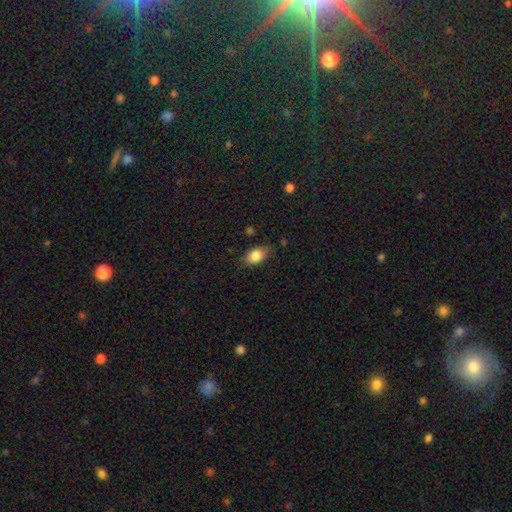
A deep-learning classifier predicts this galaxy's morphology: smooth_or_featured: smooth (p=0.81) [alt: featured or disk p=0.11]
how_rounded: in between (p=0.80) [alt: round p=0.17]
merging: none (p=0.73) [alt: minor disturbance p=0.20]